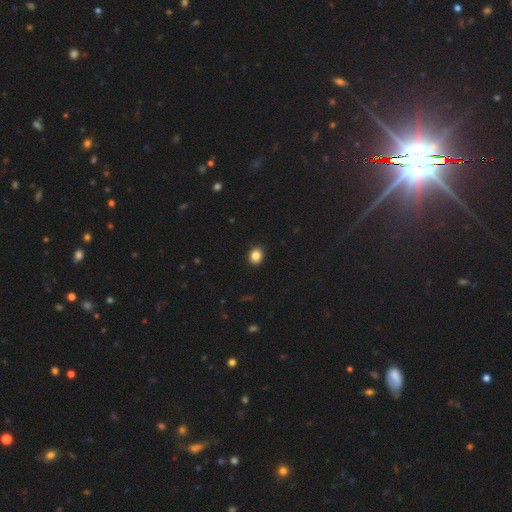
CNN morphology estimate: Smooth or featured: smooth — 86% (star or artifact — 10%)
How rounded: round — 64% (in between — 35%)
Merging: none — 91% (minor disturbance — 6%)